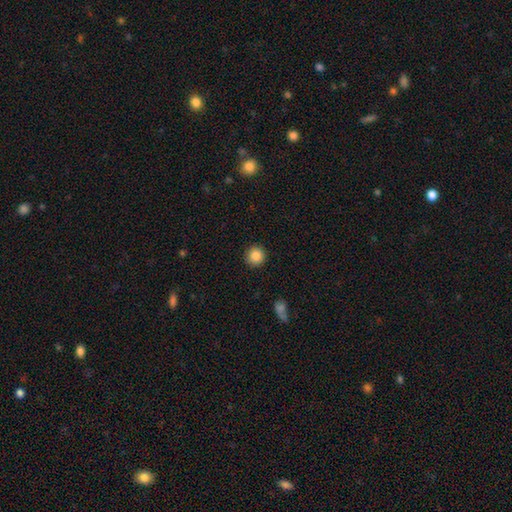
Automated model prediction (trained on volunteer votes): Smooth or featured: smooth — 87% (star or artifact — 9%)
How rounded: round — 94% (in between — 5%)
Merging: none — 92% (minor disturbance — 5%)